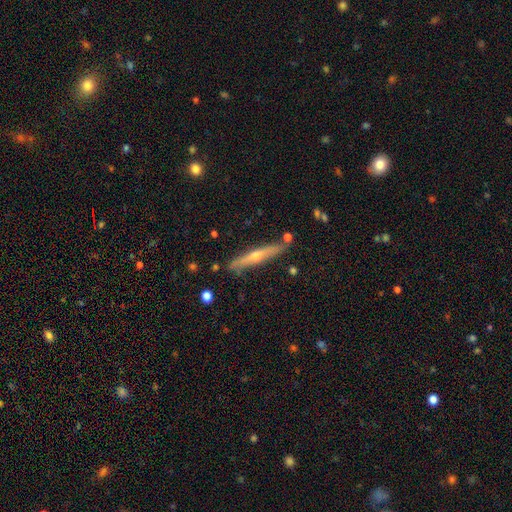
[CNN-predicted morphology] smooth_or_featured: featured or disk (p=0.63) [alt: smooth p=0.31]
disk_edge_on: yes (p=0.94) [alt: no p=0.06]
edge_on_bulge: rounded (p=0.86) [alt: none p=0.12]
merging: none (p=0.84) [alt: minor disturbance p=0.11]